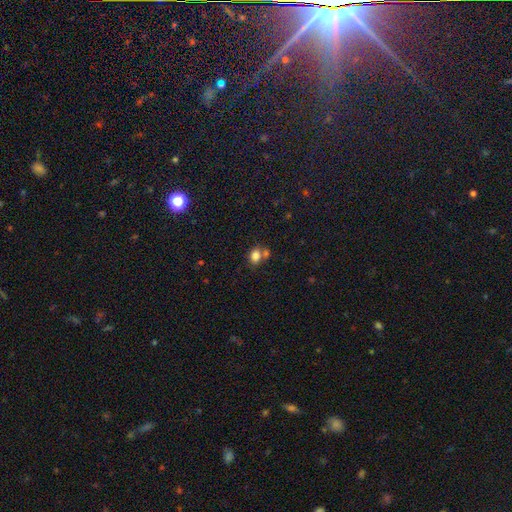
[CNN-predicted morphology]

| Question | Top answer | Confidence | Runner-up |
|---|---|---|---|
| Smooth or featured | smooth | 80% | star or artifact (12%) |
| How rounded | in between | 55% | round (44%) |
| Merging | none | 50% | merger (33%) |